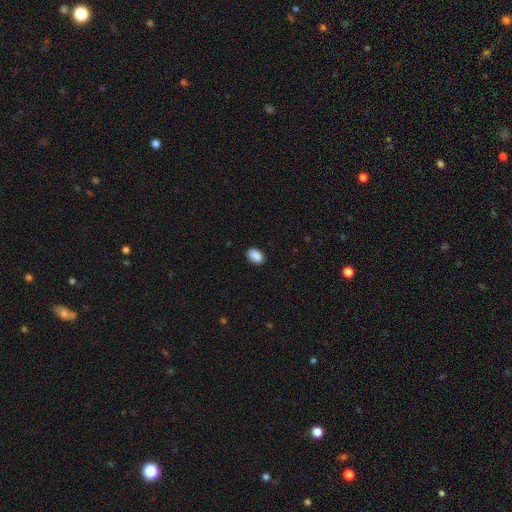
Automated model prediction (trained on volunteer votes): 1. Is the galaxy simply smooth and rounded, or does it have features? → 90% smooth, 8% star or artifact, 3% featured or disk.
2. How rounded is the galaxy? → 88% in between, 10% round, 1% cigar-shaped.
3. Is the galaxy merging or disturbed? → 88% none, 9% minor disturbance, 2% major disturbance, 1% merger.